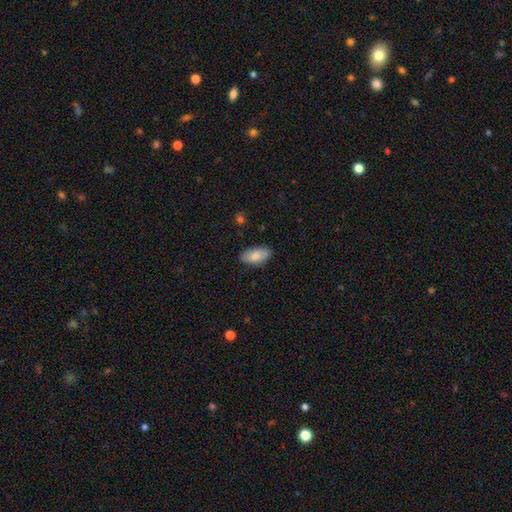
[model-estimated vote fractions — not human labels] Smooth or featured? Predicted: smooth (p=0.81). How rounded? Predicted: in between (p=0.94). Merging? Predicted: none (p=0.83).